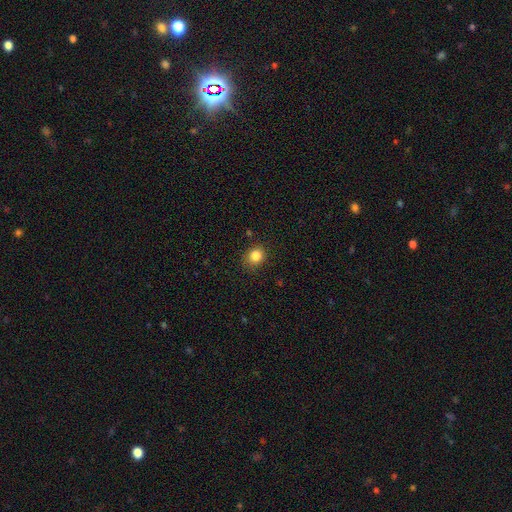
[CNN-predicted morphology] smooth_or_featured: smooth (p=0.84) [alt: star or artifact p=0.11]
how_rounded: round (p=0.75) [alt: in between p=0.24]
merging: none (p=0.83) [alt: minor disturbance p=0.12]